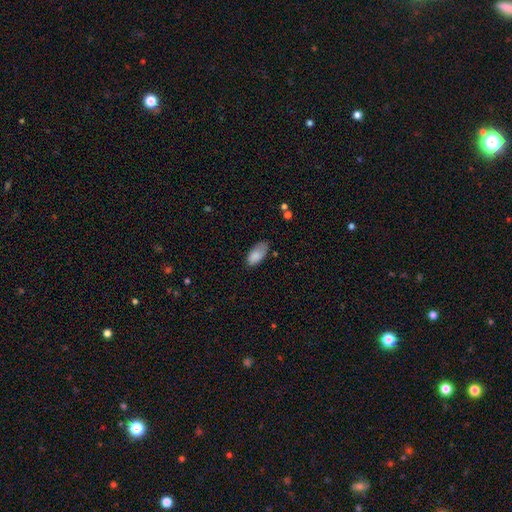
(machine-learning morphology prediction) Q: Smooth or featured?
A: smooth (84%); runner-up: featured or disk (9%)
Q: How rounded?
A: in between (93%); runner-up: cigar-shaped (4%)
Q: Merging?
A: none (62%); runner-up: minor disturbance (30%)